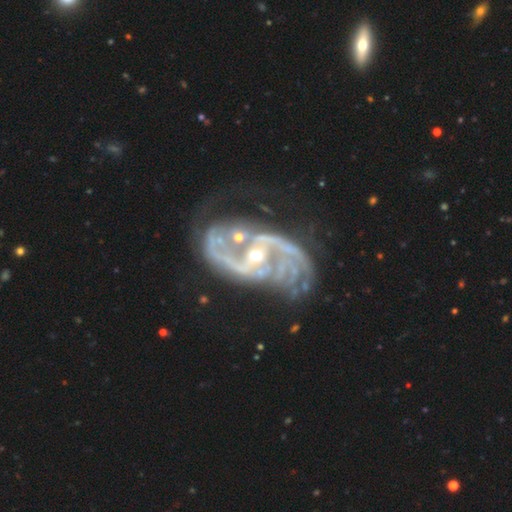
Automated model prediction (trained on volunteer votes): A featured or disk galaxy (91%) with no bar (43%), 2 (70%) medium (45%) spiral arms (96%) and a small central bulge (60%).

Vote fractions:
- Smooth or featured? featured or disk: 91% / star or artifact: 6% / smooth: 3%
- Edge-on disk? no: 97% / yes: 3%
- Bar? no: 43% / weak: 33% / strong: 24%
- Spiral arms? yes: 96% / no: 4%
- Spiral winding? medium: 45% / loose: 32% / tight: 22%
- Spiral arm count? 2: 70% / can't tell: 10% / 3: 8% / 1: 4% / 4: 4% / more than 4: 4%
- Bulge size? small: 60% / moderate: 36% / large: 2% / none: 1% / dominant: 1%
- Merging? none: 48% / minor disturbance: 22% / major disturbance: 22% / merger: 8%